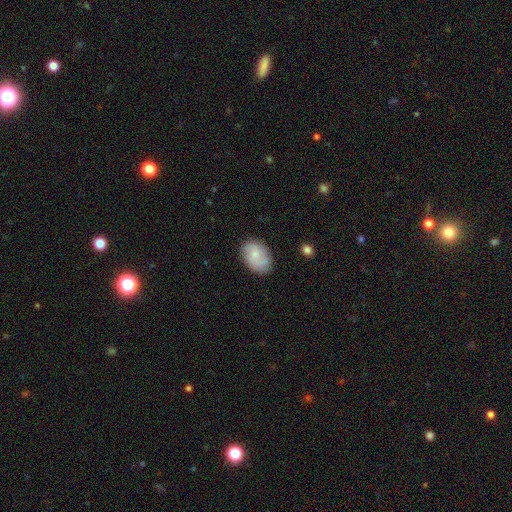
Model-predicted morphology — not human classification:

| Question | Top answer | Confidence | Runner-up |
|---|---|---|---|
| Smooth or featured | smooth | 52% | featured or disk (41%) |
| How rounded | in between | 78% | round (21%) |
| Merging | none | 78% | minor disturbance (17%) |